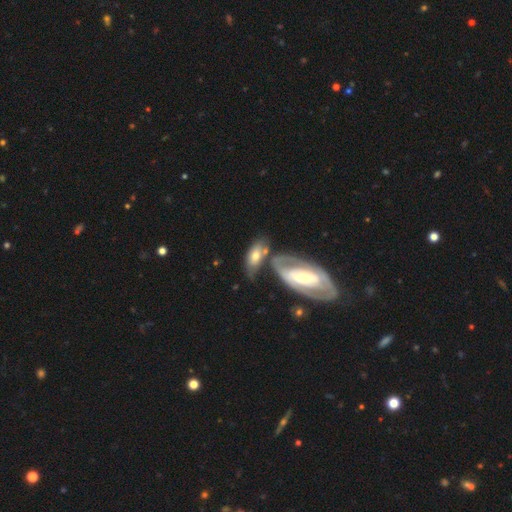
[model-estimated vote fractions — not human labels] A smooth galaxy with no disk features (51%) that is in between round and cigar-shaped (85%).

Vote fractions:
- Smooth or featured? smooth: 51% / featured or disk: 42% / star or artifact: 6%
- How rounded? in between: 85% / cigar-shaped: 8% / round: 7%
- Merging? merger: 37% (tied) / none: 37% (tied) / minor disturbance: 17% / major disturbance: 10%